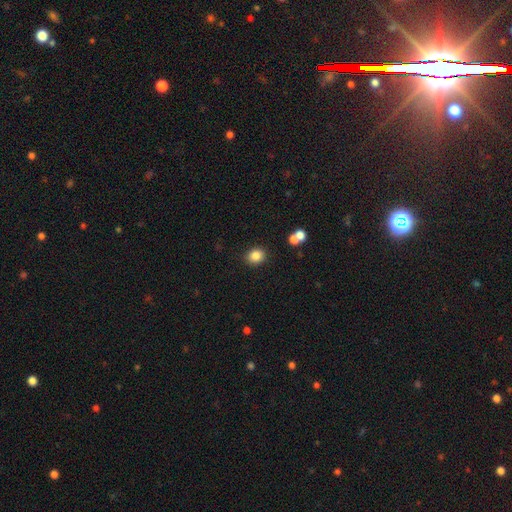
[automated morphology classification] The model was most divided on "how rounded": round: 60%, in between: 39%, cigar-shaped: 1%. More confident: merging — none (86%); smooth or featured — smooth (85%).